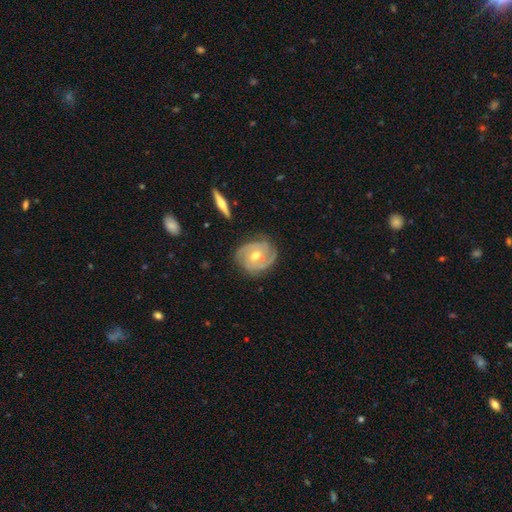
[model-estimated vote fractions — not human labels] Overall: featured or disk (87%). Edge-on disk: no (97%). Bar: no (60%; weak 30%). Spiral arms: yes (96%). Spiral arm count: 3 (39%; 2 34%). Spiral winding: tight (68%). Bulge size: moderate (69%). Merging: none (79%).